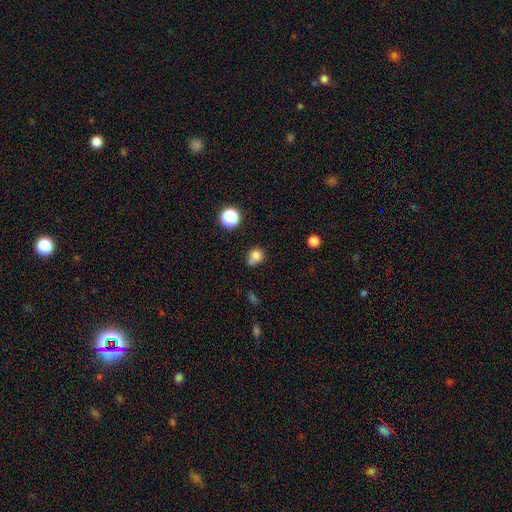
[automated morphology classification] smooth-or-featured: smooth: 78% | star or artifact: 14% | featured or disk: 9%
  how-rounded: round: 76% | in between: 23% | cigar-shaped: 1%
  merging: none: 45% | merger: 29% | minor disturbance: 18% | major disturbance: 7%